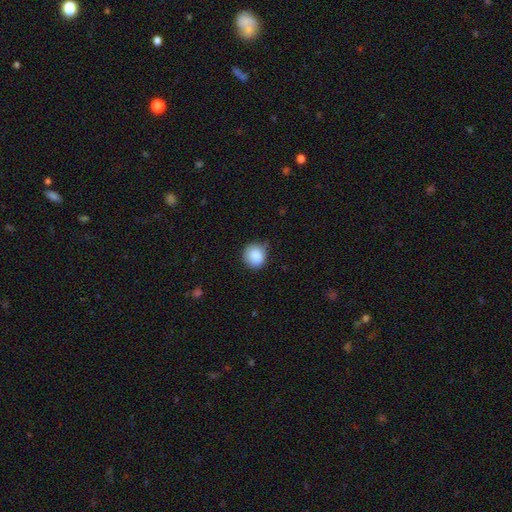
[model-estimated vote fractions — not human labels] A smooth galaxy with no disk features (86%) that is round (89%).

Vote fractions:
- Smooth or featured? smooth: 86% / star or artifact: 9% / featured or disk: 5%
- How rounded? round: 89% / in between: 10% / cigar-shaped: 1%
- Merging? none: 74% / minor disturbance: 21% / major disturbance: 3% / merger: 2%